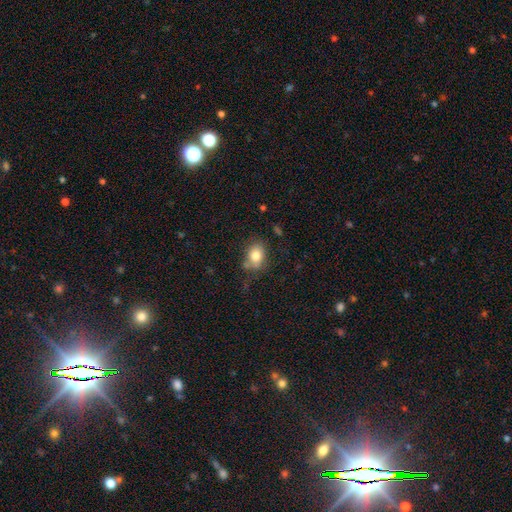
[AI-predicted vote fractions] Q: Smooth or featured?
A: smooth (81%); runner-up: featured or disk (10%)
Q: How rounded?
A: in between (71%); runner-up: round (27%)
Q: Merging?
A: none (66%); runner-up: minor disturbance (21%)